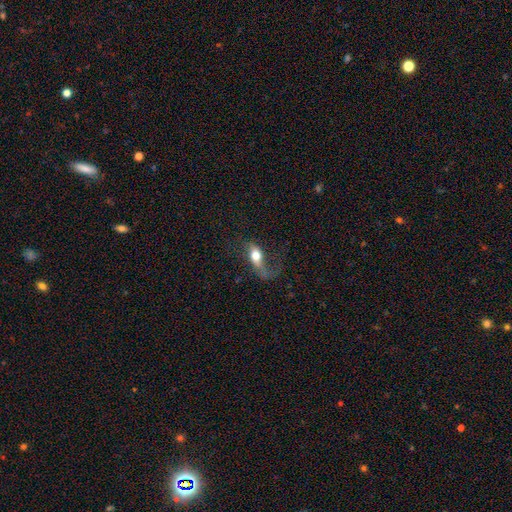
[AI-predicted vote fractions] Smooth or featured?
  - featured or disk: 52% *
  - smooth: 40%
  - star or artifact: 8%
Edge-on disk?
  - no: 73% *
  - yes: 27%
Merging?
  - none: 39% *
  - major disturbance: 38%
  - minor disturbance: 20%
  - merger: 3%